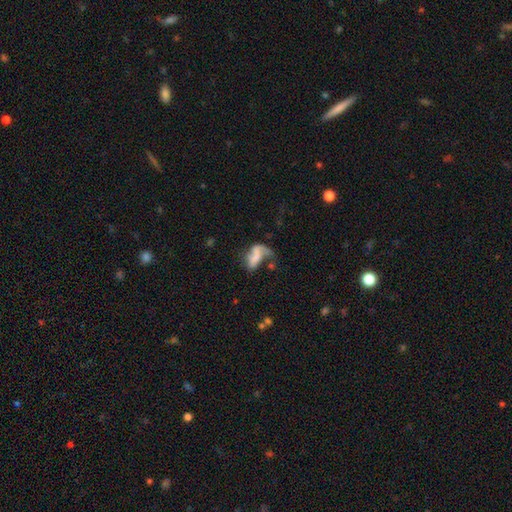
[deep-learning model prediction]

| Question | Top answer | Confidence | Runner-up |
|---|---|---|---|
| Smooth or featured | smooth | 49% | featured or disk (40%) |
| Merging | major disturbance | 44% | merger (20%) |